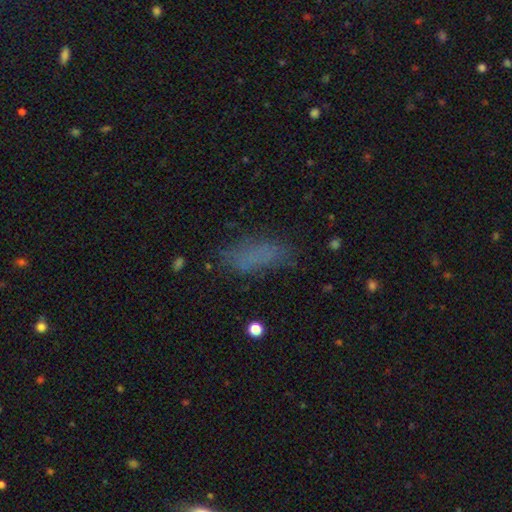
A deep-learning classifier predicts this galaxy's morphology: smooth_or_featured: smooth (p=0.70) [alt: star or artifact p=0.16]
how_rounded: in between (p=0.59) [alt: cigar-shaped p=0.38]
merging: none (p=0.69) [alt: minor disturbance p=0.19]